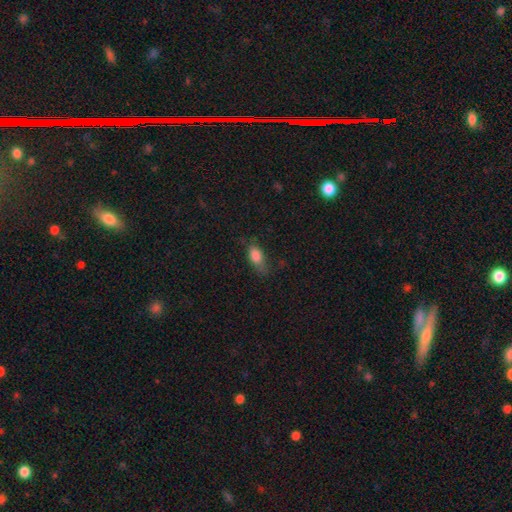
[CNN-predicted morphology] The model was most divided on "merging": none: 54%, minor disturbance: 30%, major disturbance: 14%, merger: 2%. More confident: how rounded — in between (86%); smooth or featured — smooth (82%).